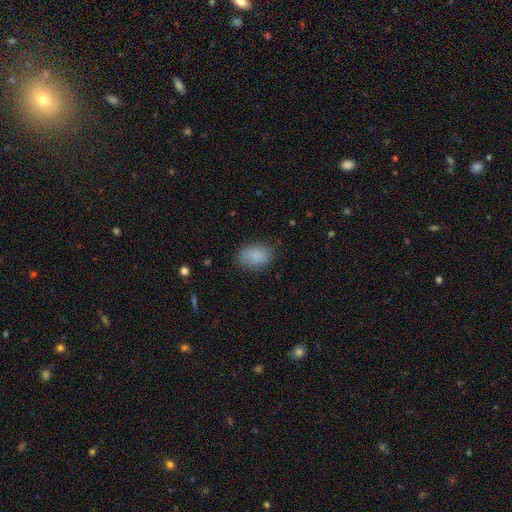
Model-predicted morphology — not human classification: Q: Smooth or featured?
A: smooth (84%); runner-up: star or artifact (8%)
Q: How rounded?
A: in between (82%); runner-up: round (16%)
Q: Merging?
A: none (73%); runner-up: minor disturbance (20%)